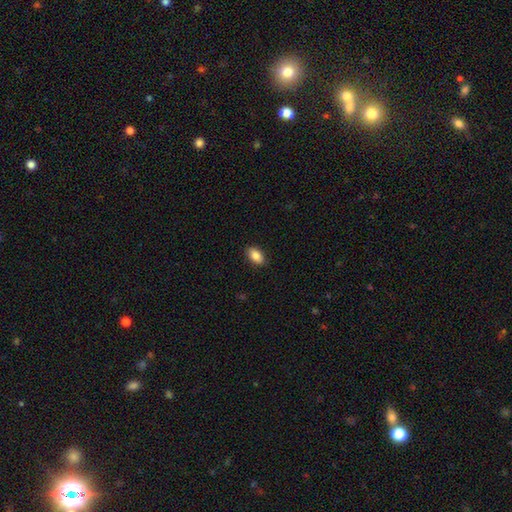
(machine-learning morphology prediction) Q: Smooth or featured?
A: smooth (88%); runner-up: star or artifact (7%)
Q: How rounded?
A: in between (92%); runner-up: round (5%)
Q: Merging?
A: none (89%); runner-up: minor disturbance (8%)